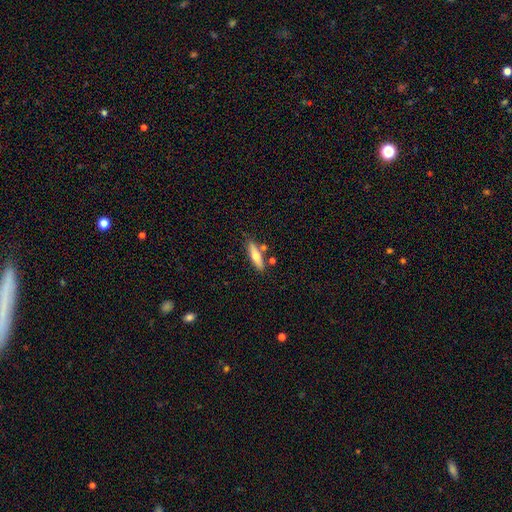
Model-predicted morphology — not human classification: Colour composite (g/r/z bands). It shows a smooth galaxy with no disk features (61%) that is cigar-shaped (65%). Merging: none (75%).